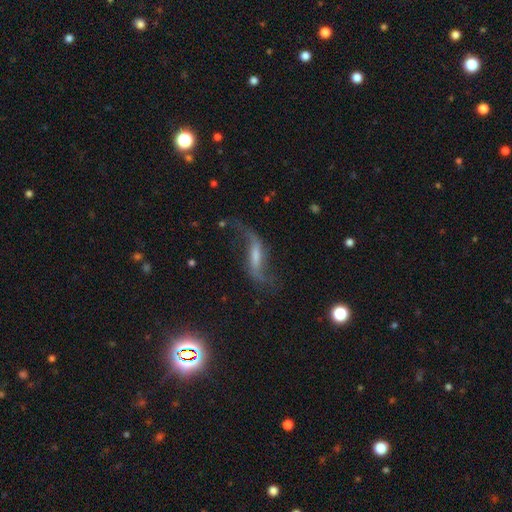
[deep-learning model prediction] A featured or disk galaxy (79%) with a weak bar (39%, tied with strong), 2 (91%) loose (92%) spiral arms (93%) and a small central bulge (38%). Merging: none (64%).